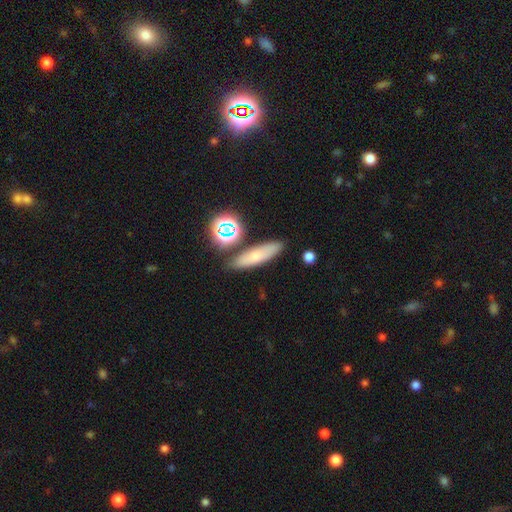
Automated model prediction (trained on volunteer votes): Overall: smooth (65%). How rounded: cigar-shaped (59%; in between 33%). Merging: none (81%).